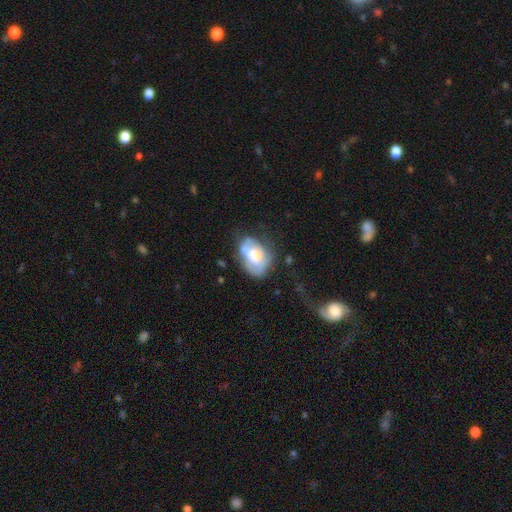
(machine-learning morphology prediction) Smooth or featured: featured or disk — 50% (smooth — 42%)
Edge-on disk: no — 96% (yes — 4%)
Merging: none — 48% (minor disturbance — 30%)